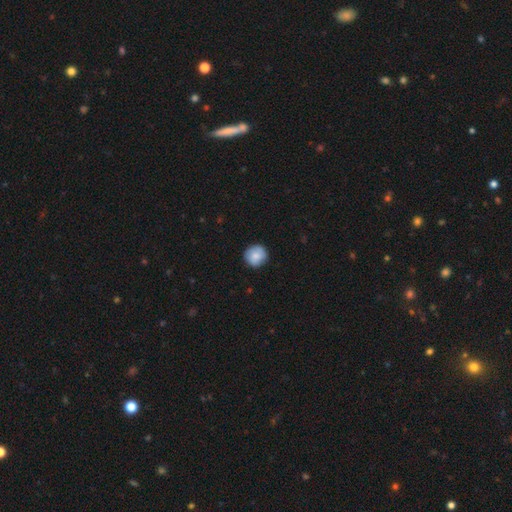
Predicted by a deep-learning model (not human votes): This is clearly a smooth galaxy (81%). How rounded: clearly round (92%). Merging: clearly none (85%).